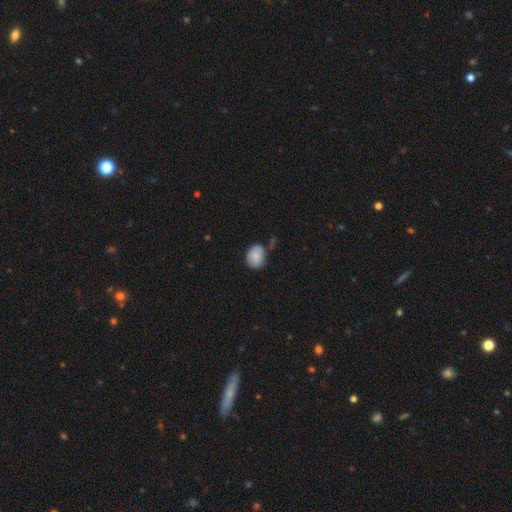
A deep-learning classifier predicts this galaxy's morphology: Smooth or featured? Predicted: smooth (p=0.75). How rounded? Predicted: in between (p=0.50). Merging? Predicted: none (p=0.59).